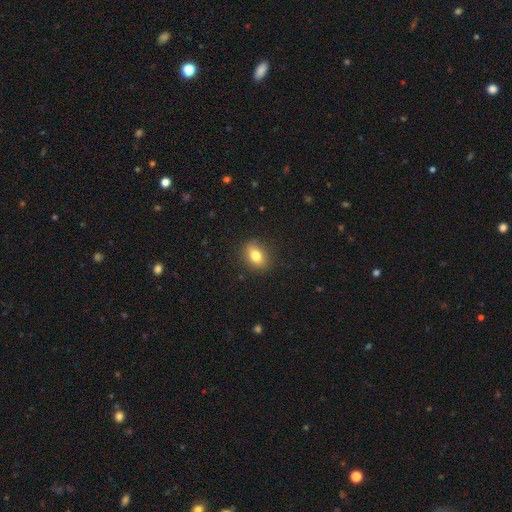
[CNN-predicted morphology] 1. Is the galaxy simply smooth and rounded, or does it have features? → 78% smooth, 12% featured or disk, 9% star or artifact.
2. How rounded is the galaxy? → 70% in between, 27% round, 3% cigar-shaped.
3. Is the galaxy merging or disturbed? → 86% none, 10% minor disturbance, 3% major disturbance, 1% merger.